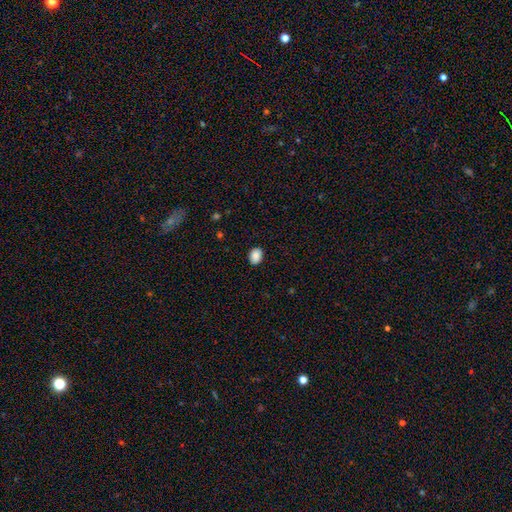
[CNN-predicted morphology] Smooth or featured: smooth — 88% (star or artifact — 8%)
How rounded: in between — 64% (round — 35%)
Merging: none — 86% (minor disturbance — 11%)